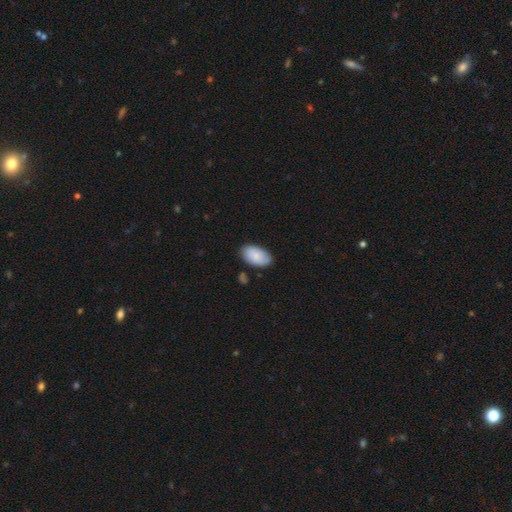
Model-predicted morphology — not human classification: smooth_or_featured: smooth (p=0.80) [alt: featured or disk p=0.14]
how_rounded: in between (p=0.95) [alt: round p=0.04]
merging: none (p=0.78) [alt: minor disturbance p=0.16]